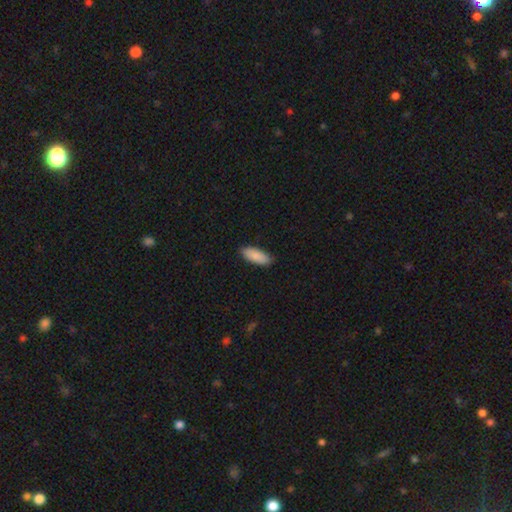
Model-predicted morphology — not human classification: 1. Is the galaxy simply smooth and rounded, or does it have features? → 88% smooth, 6% featured or disk, 6% star or artifact.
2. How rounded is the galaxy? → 78% in between, 20% cigar-shaped, 2% round.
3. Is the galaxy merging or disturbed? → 86% none, 11% minor disturbance, 2% major disturbance, 1% merger.